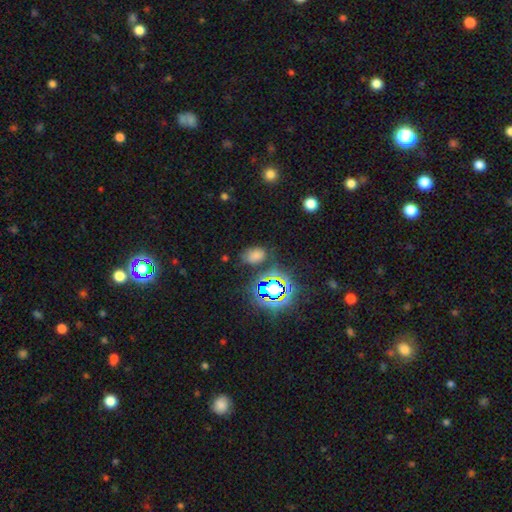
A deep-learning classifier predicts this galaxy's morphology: This is likely a smooth galaxy (63%). How rounded: clearly in between (82%). Merging: likely none (73%).